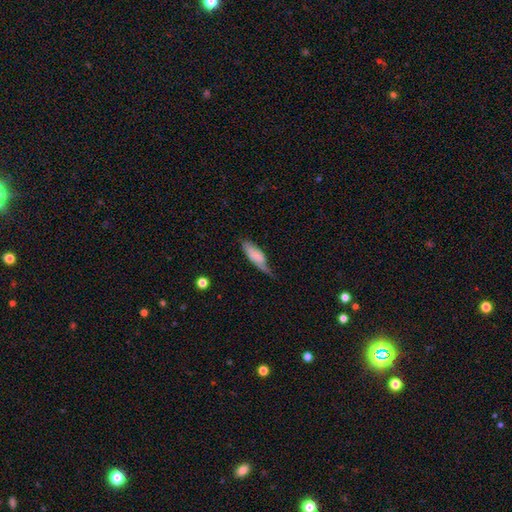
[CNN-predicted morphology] A smooth galaxy with no disk features (67%) that is in between round and cigar-shaped (63%). Merging: minor disturbance (40%).